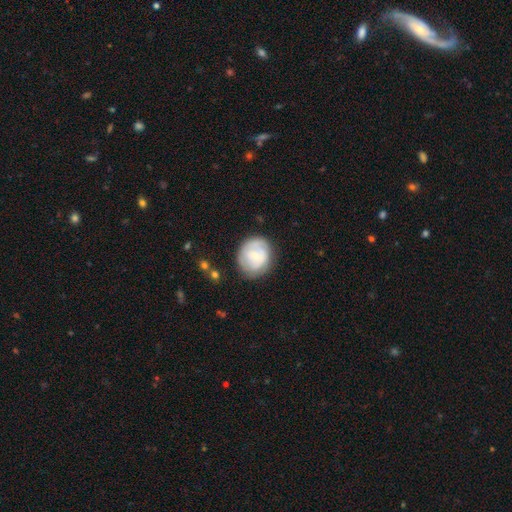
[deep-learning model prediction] smooth-or-featured: smooth: 52% | featured or disk: 41% | star or artifact: 7%
  how-rounded: round: 74% | in between: 25% | cigar-shaped: 1%
  merging: none: 72% | minor disturbance: 19% | major disturbance: 7% | merger: 2%